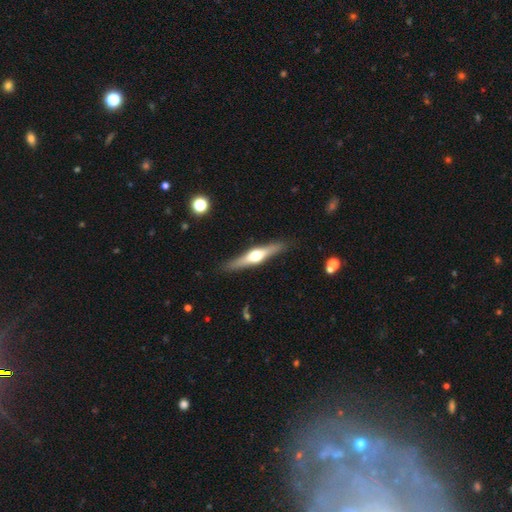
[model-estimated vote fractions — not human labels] Overall: featured or disk (67%). Edge-on disk: yes (96%). Edge-on bulge: rounded (94%). Merging: none (89%).